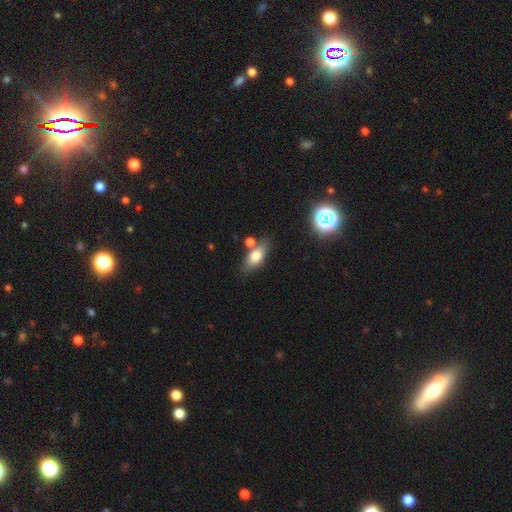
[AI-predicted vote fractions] Smooth or featured: smooth — 70% (featured or disk — 20%)
How rounded: in between — 79% (cigar-shaped — 13%)
Merging: none — 66% (merger — 15%)